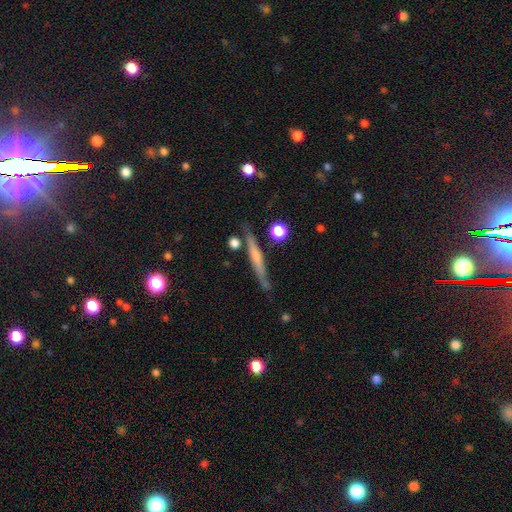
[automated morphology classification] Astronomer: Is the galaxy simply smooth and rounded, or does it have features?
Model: featured or disk — 57% (runner-up: smooth, 35%).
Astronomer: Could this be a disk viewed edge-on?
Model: yes — 95%.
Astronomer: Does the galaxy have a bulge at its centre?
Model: none — 45%, tied with rounded at 45%.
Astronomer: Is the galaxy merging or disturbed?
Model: none — 77%.